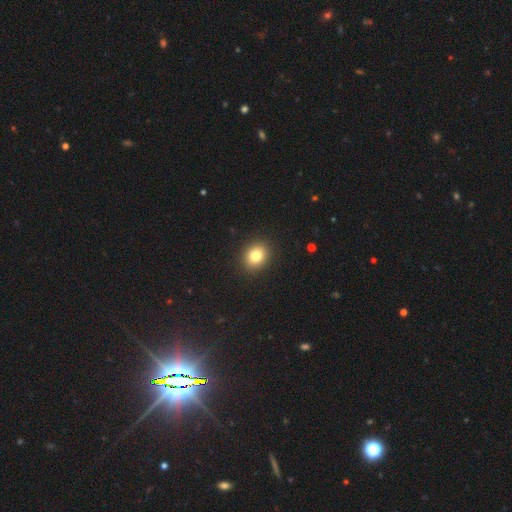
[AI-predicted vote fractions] Smooth or featured?
  - smooth: 81% *
  - star or artifact: 11%
  - featured or disk: 8%
How rounded?
  - round: 66% *
  - in between: 33%
  - cigar-shaped: 1%
Merging?
  - none: 91% *
  - minor disturbance: 6%
  - major disturbance: 2%
  - merger: 1%